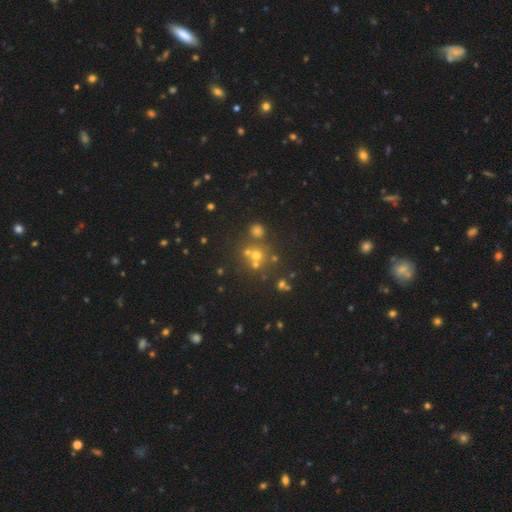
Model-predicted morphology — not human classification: Smooth or featured?
  - smooth: 47% *
  - star or artifact: 36%
  - featured or disk: 17%
Merging?
  - none: 57% *
  - merger: 31%
  - minor disturbance: 8%
  - major disturbance: 4%